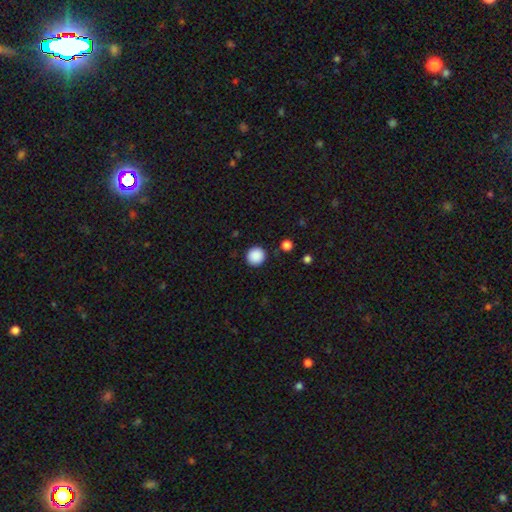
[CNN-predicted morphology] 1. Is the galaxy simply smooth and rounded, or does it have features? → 89% smooth, 9% star or artifact, 2% featured or disk.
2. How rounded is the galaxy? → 93% round, 6% in between, 1% cigar-shaped.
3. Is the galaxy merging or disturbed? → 90% none, 6% minor disturbance, 2% major disturbance, 2% merger.